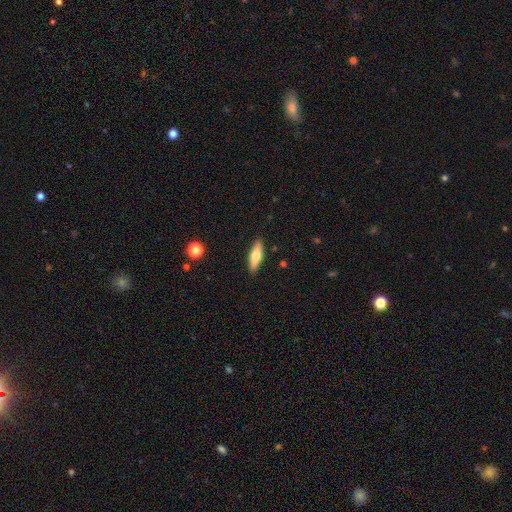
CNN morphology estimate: type=smooth (58%); roundness=cigar-shaped (59%); merging=none (89%).